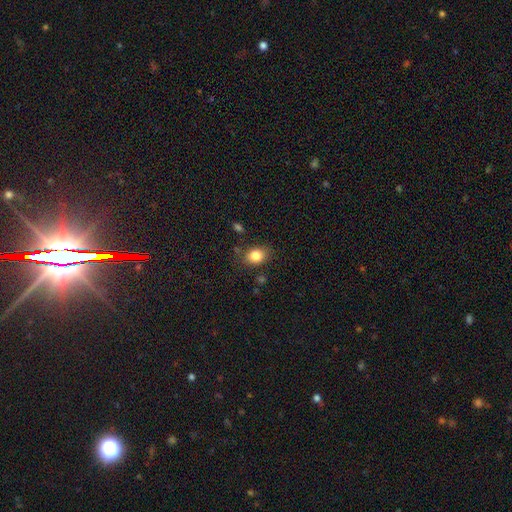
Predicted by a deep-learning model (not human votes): Smooth or featured? smooth (83%)
How rounded? in between (61%)
Merging? none (79%)